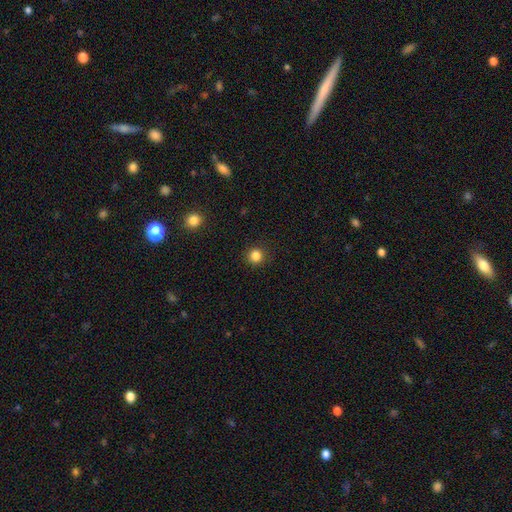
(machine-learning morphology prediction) smooth 84%, star or artifact 12%, featured or disk 4%. Down the decision tree: how rounded — round (92%); merging — none (91%).